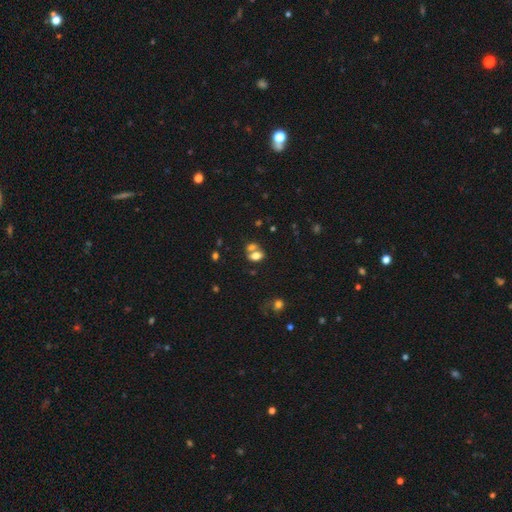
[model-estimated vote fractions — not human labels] Q: Smooth or featured?
A: smooth (74%); runner-up: featured or disk (14%)
Q: How rounded?
A: in between (82%); runner-up: round (15%)
Q: Merging?
A: merger (47%); runner-up: none (38%)